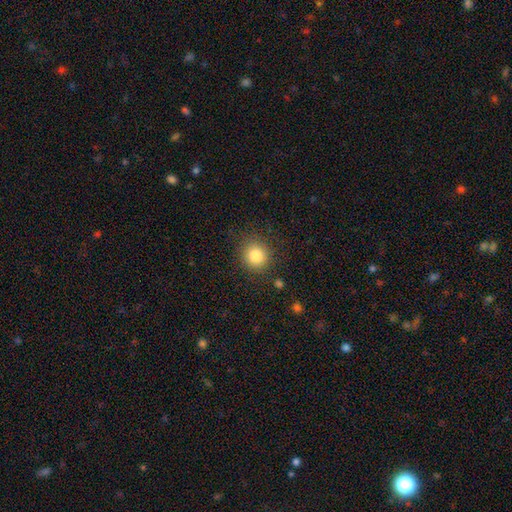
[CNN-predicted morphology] Smooth or featured? smooth (84%)
How rounded? round (90%)
Merging? none (87%)